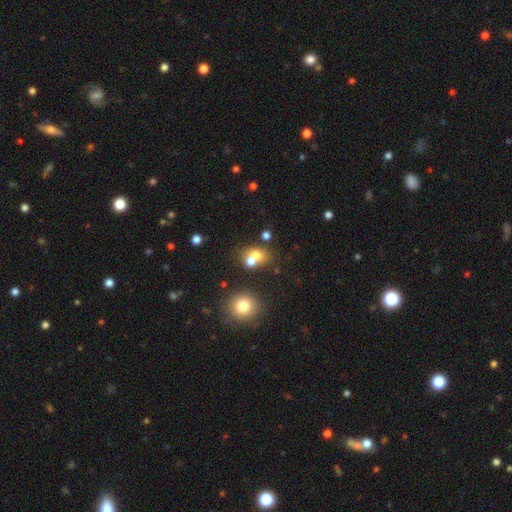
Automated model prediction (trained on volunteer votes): smooth_or_featured: smooth (p=0.67) [alt: featured or disk p=0.18]
how_rounded: round (p=0.64) [alt: in between p=0.35]
merging: merger (p=0.50) [alt: none p=0.37]